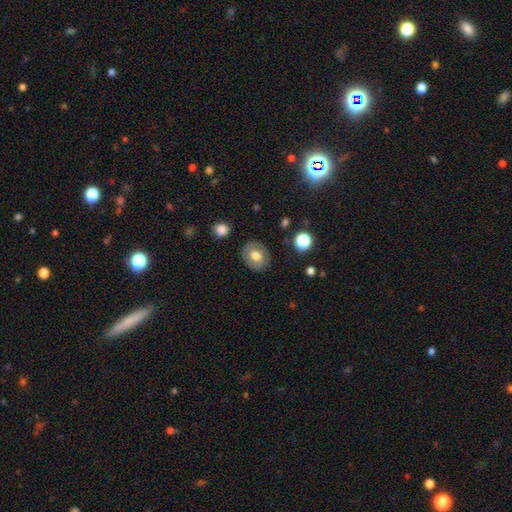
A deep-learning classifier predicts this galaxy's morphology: smooth 64%, featured or disk 28%, star or artifact 8%. Down the decision tree: how rounded — round (55%); merging — none (83%).